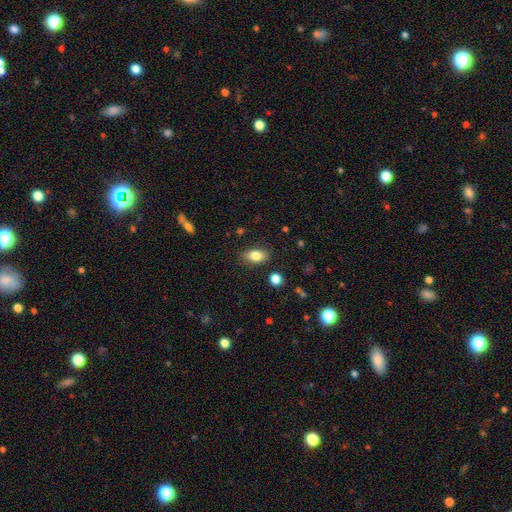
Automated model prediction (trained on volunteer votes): smooth_or_featured: smooth (p=0.81) [alt: featured or disk p=0.11]
how_rounded: in between (p=0.87) [alt: round p=0.08]
merging: none (p=0.85) [alt: minor disturbance p=0.11]